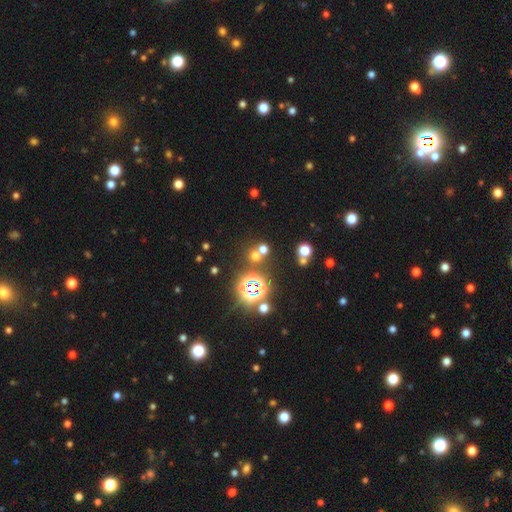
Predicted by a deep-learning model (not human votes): star or artifact 47%, smooth 43%, featured or disk 10%.